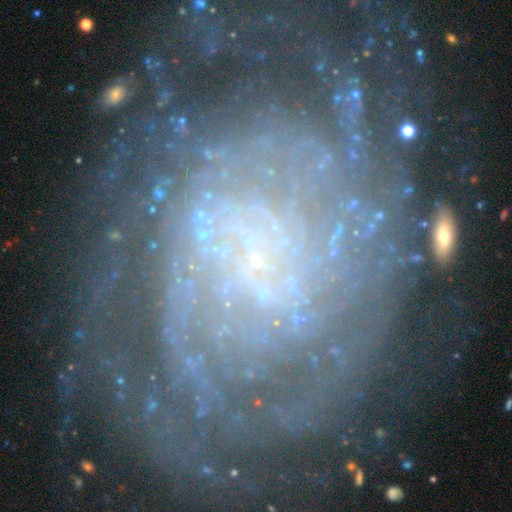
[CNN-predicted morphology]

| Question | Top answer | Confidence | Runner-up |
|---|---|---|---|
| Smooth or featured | featured or disk | 83% | star or artifact (9%) |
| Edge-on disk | no | 97% | yes (3%) |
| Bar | no | 64% | weak (26%) |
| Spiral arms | yes | 91% | no (9%) |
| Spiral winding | tight | 68% | medium (23%) |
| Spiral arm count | can't tell | 37% | 2 (17%) |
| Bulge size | small | 65% | none (22%) |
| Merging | none | 65% | minor disturbance (17%) |